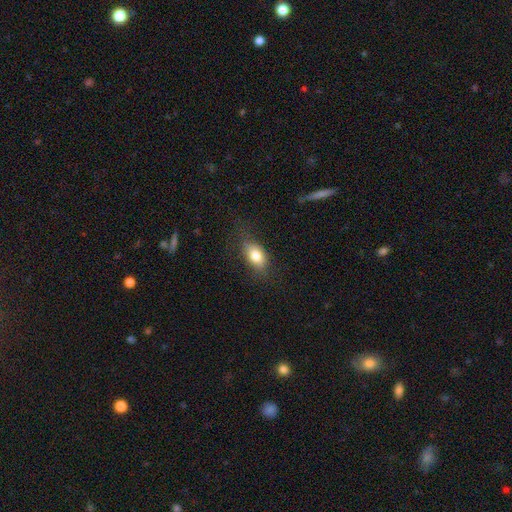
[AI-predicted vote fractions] Smooth or featured: smooth — 81% (featured or disk — 11%)
How rounded: in between — 86% (round — 11%)
Merging: none — 72% (minor disturbance — 19%)